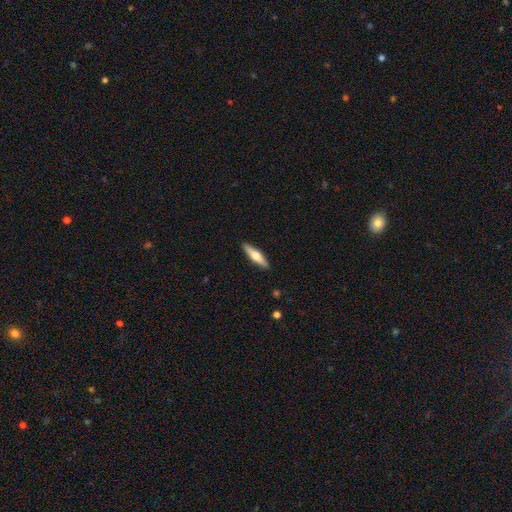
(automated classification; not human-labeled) smooth_or_featured: smooth (p=0.48) [alt: featured or disk p=0.47]
merging: none (p=0.90) [alt: minor disturbance p=0.07]